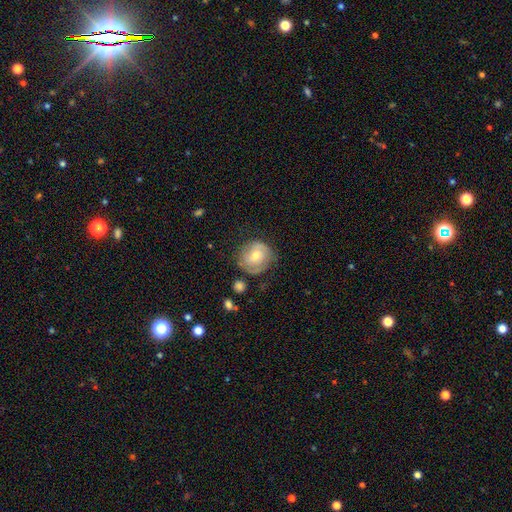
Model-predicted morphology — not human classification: smooth 48%, featured or disk 45%, star or artifact 7%. Down the decision tree: merging — none (67%).